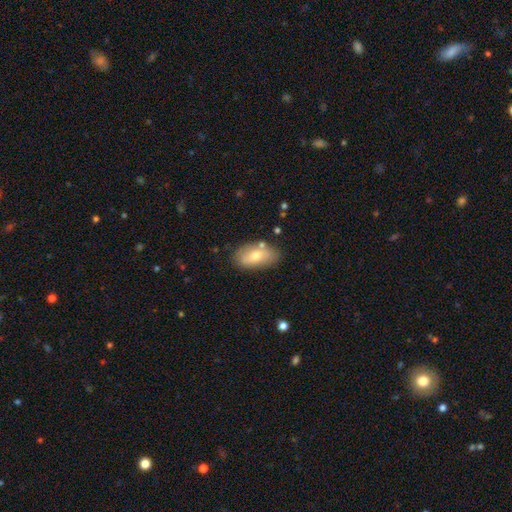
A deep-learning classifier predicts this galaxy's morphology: A smooth galaxy with no disk features (68%) that is in between round and cigar-shaped (91%).

Vote fractions:
- Smooth or featured? smooth: 68% / featured or disk: 25% / star or artifact: 7%
- How rounded? in between: 91% / round: 6% / cigar-shaped: 3%
- Merging? none: 75% / minor disturbance: 16% / merger: 6% / major disturbance: 4%